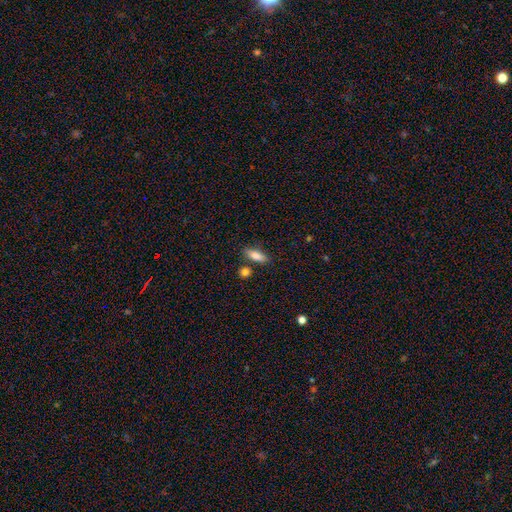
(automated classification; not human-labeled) smooth-or-featured: smooth: 82% | featured or disk: 11% | star or artifact: 7%
  how-rounded: in between: 61% | cigar-shaped: 35% | round: 4%
  merging: none: 77% | minor disturbance: 12% | merger: 8% | major disturbance: 3%